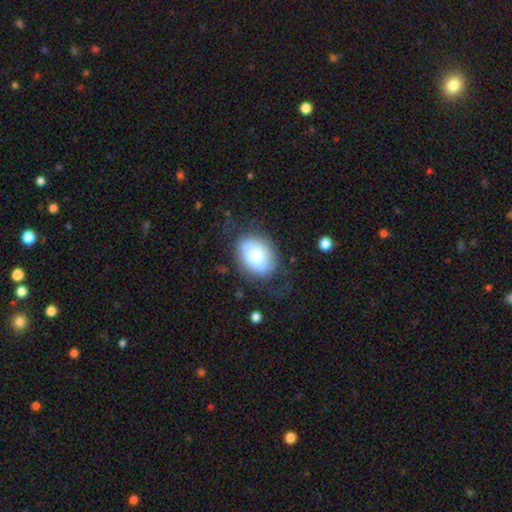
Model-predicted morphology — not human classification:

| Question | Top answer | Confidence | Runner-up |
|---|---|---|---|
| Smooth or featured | smooth | 66% | featured or disk (27%) |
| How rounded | in between | 76% | round (23%) |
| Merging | none | 59% | minor disturbance (23%) |